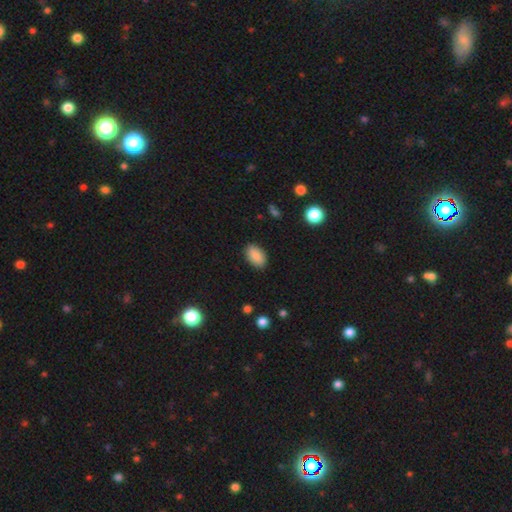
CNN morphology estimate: The model was most divided on "merging": none: 87%, minor disturbance: 10%, major disturbance: 2%, merger: 1%. More confident: how rounded — in between (92%); smooth or featured — smooth (88%).